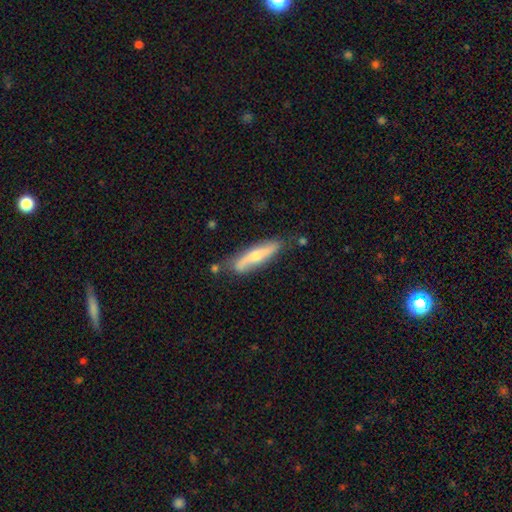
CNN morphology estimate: type=featured or disk (55%); edge-on=yes (62%); merging=none (74%).